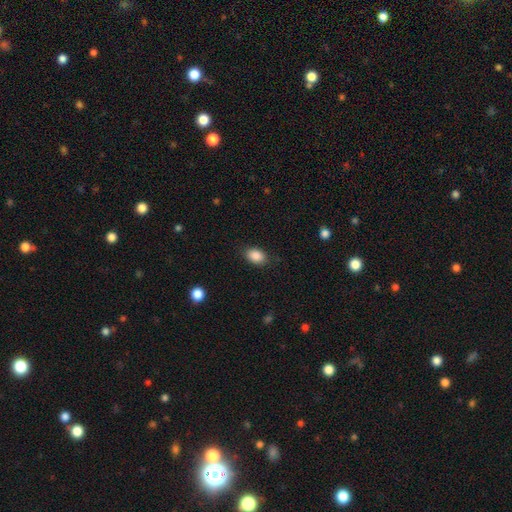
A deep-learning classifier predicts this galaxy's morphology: A smooth galaxy with no disk features (87%) that is in between round and cigar-shaped (82%). Merging: none (84%).